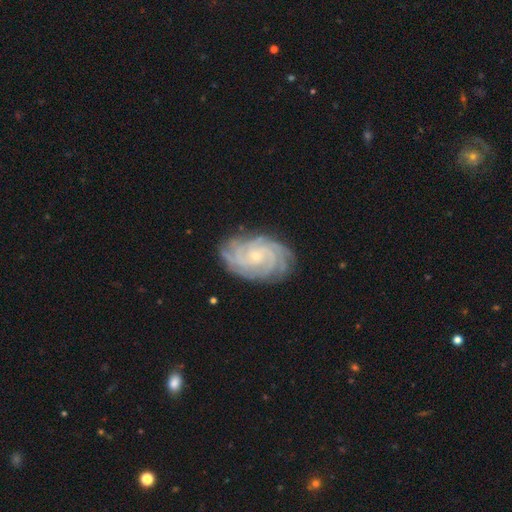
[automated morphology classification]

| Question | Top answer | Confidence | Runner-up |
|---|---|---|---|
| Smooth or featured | featured or disk | 88% | smooth (6%) |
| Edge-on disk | no | 97% | yes (3%) |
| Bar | no | 70% | weak (24%) |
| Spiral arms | yes | 98% | no (2%) |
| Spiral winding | tight | 80% | medium (17%) |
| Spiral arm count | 4 | 28% | can't tell (21%) |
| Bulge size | small | 76% | moderate (20%) |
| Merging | none | 83% | minor disturbance (12%) |